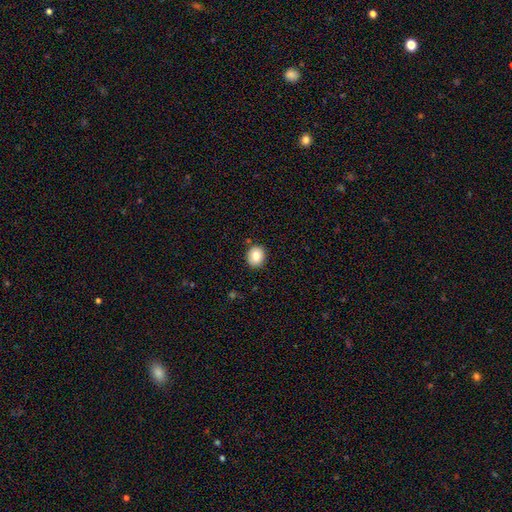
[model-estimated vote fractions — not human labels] Smooth or featured: smooth — 82% (featured or disk — 9%)
How rounded: round — 75% (in between — 24%)
Merging: none — 87% (minor disturbance — 9%)